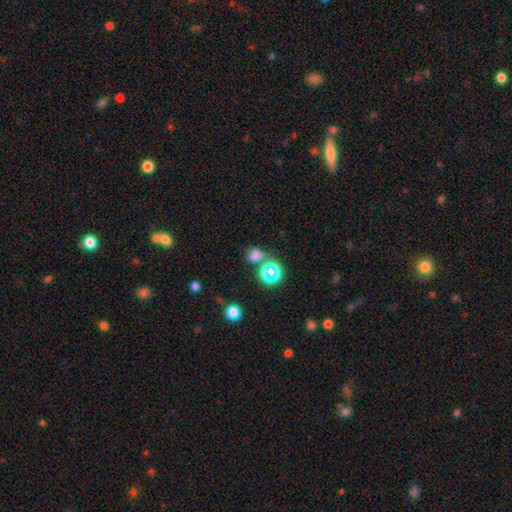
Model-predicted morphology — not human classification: smooth 59%, star or artifact 32%, featured or disk 8%. Down the decision tree: how rounded — round (70%); merging — none (58%).